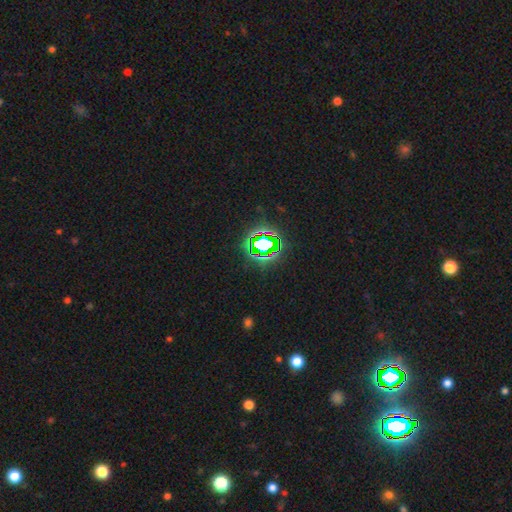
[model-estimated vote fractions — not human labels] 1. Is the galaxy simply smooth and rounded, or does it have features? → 79% star or artifact, 12% smooth, 9% featured or disk.